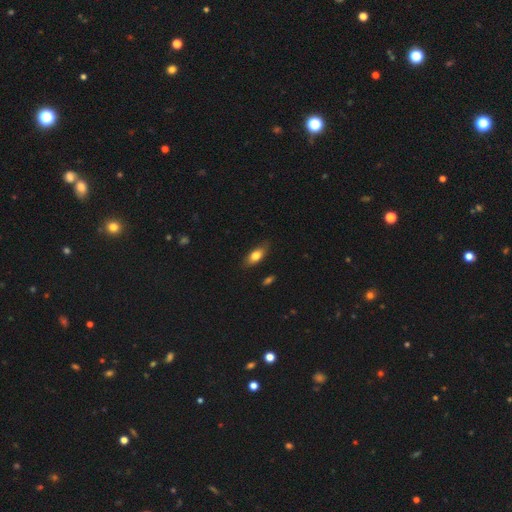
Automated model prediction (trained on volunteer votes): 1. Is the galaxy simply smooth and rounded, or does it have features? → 77% smooth, 16% featured or disk, 7% star or artifact.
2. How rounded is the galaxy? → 83% in between, 12% cigar-shaped, 5% round.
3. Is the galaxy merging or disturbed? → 79% none, 17% minor disturbance, 3% major disturbance, 1% merger.